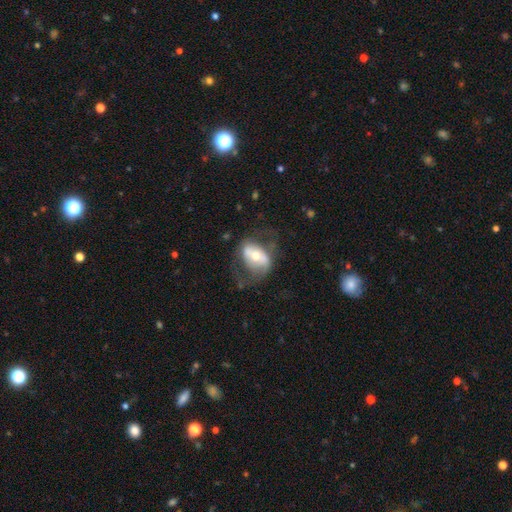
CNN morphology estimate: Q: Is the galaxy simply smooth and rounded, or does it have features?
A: featured or disk — 62%.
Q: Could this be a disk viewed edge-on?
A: no — 93%.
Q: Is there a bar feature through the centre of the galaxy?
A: no — 41%.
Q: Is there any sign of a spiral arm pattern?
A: yes — 62%.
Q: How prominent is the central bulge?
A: moderate — 67%.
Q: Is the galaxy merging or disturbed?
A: none — 50%.